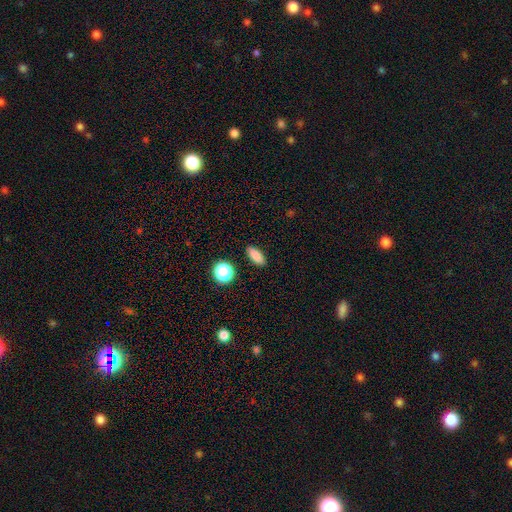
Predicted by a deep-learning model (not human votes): Smooth or featured?
  - smooth: 84% *
  - star or artifact: 11%
  - featured or disk: 5%
How rounded?
  - in between: 73% *
  - cigar-shaped: 18%
  - round: 9%
Merging?
  - none: 89% *
  - minor disturbance: 7%
  - major disturbance: 2%
  - merger: 2%